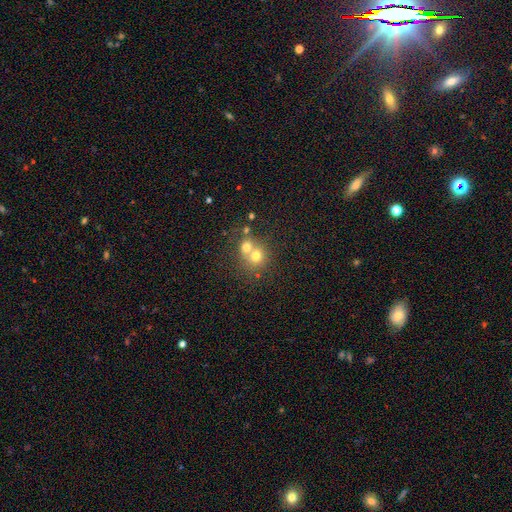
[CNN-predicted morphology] smooth_or_featured: smooth (p=0.69) [alt: featured or disk p=0.19]
how_rounded: round (p=0.78) [alt: in between p=0.21]
merging: merger (p=0.62) [alt: none p=0.29]